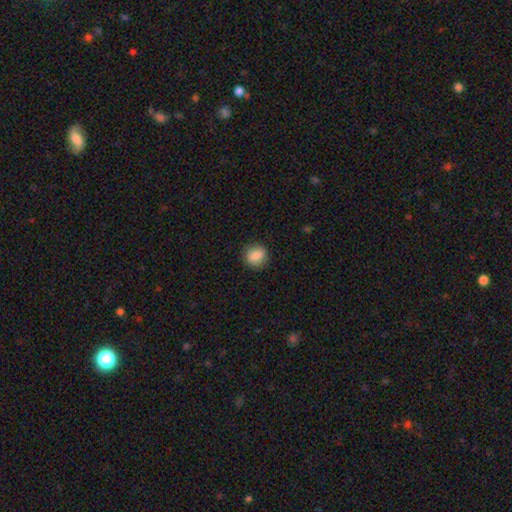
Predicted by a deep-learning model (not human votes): Morphology: type=smooth (86%); roundness=round (80%); merging=none (88%).